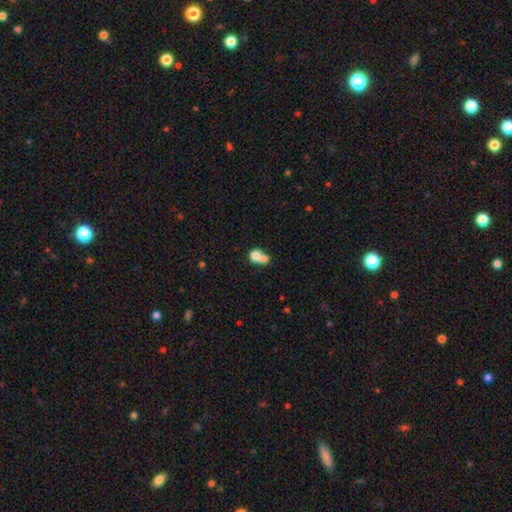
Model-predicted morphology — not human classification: A smooth galaxy with no disk features (74%) that is round (69%).

Vote fractions:
- Smooth or featured? smooth: 74% / featured or disk: 16% / star or artifact: 10%
- How rounded? round: 69% / in between: 30% / cigar-shaped: 1%
- Merging? merger: 67% / none: 23% / minor disturbance: 6% / major disturbance: 4%